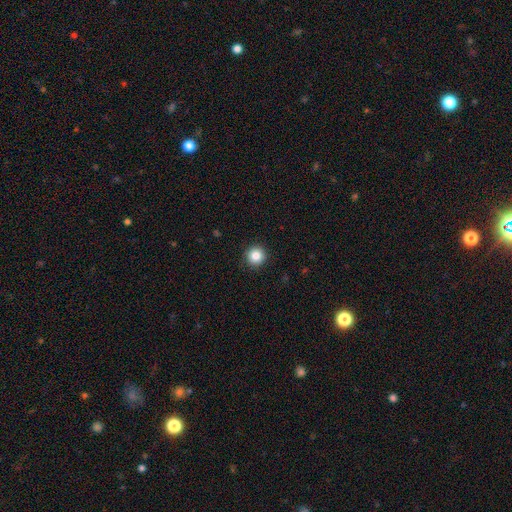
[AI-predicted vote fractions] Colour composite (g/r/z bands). It shows a smooth galaxy with no disk features (85%) that is round (95%). Merging: none (92%).